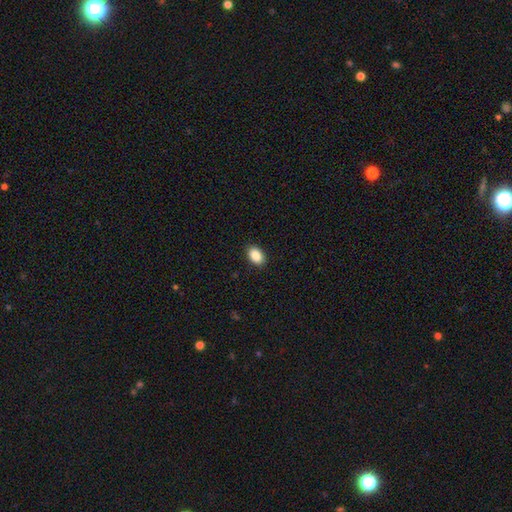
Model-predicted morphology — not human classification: This appears to be a smooth galaxy with no disk features (88%) that is in between round and cigar-shaped (84%). Merging: none (90%).